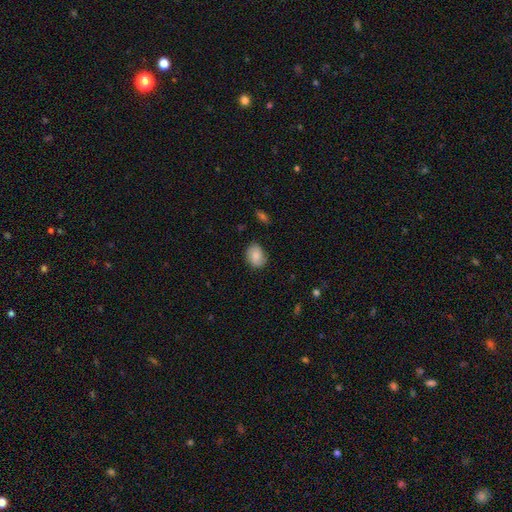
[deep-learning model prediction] A smooth galaxy with no disk features (78%) that is in between round and cigar-shaped (53%). Merging: none (78%).